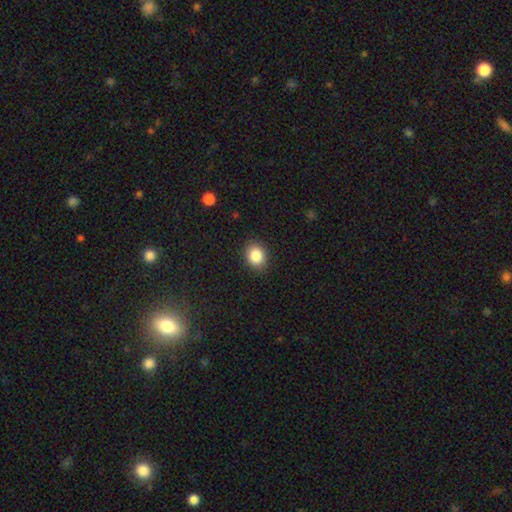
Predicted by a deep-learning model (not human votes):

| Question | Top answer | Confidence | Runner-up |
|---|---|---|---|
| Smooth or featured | smooth | 86% | star or artifact (9%) |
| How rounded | round | 60% | in between (39%) |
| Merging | none | 88% | minor disturbance (9%) |